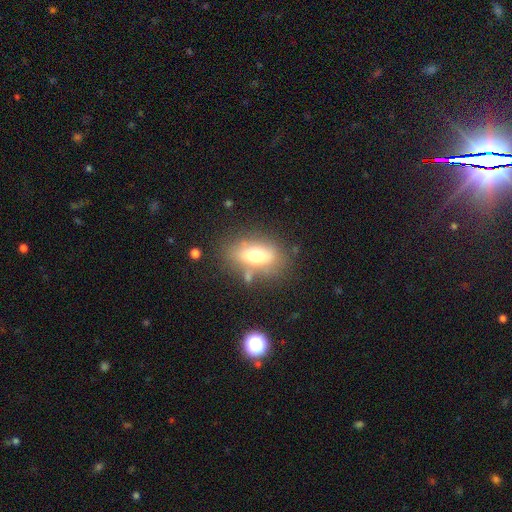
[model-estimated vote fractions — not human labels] A smooth galaxy with no disk features (63%) that is in between round and cigar-shaped (83%).

Vote fractions:
- Smooth or featured? smooth: 63% / featured or disk: 27% / star or artifact: 10%
- How rounded? in between: 83% / round: 9% / cigar-shaped: 8%
- Merging? none: 68% / minor disturbance: 17% / merger: 8% / major disturbance: 7%